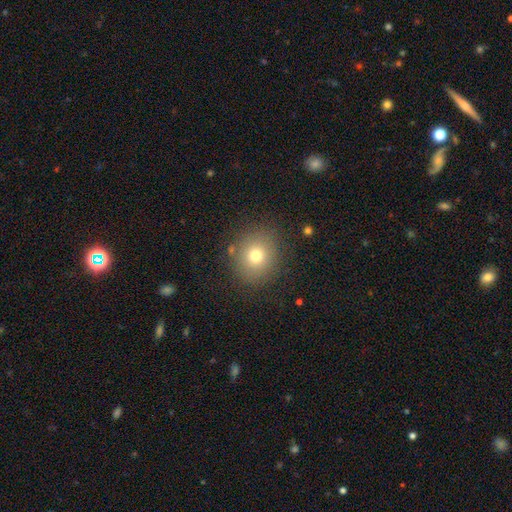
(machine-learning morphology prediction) Smooth or featured: smooth — 73% (star or artifact — 15%)
How rounded: round — 85% (in between — 14%)
Merging: none — 85% (minor disturbance — 9%)